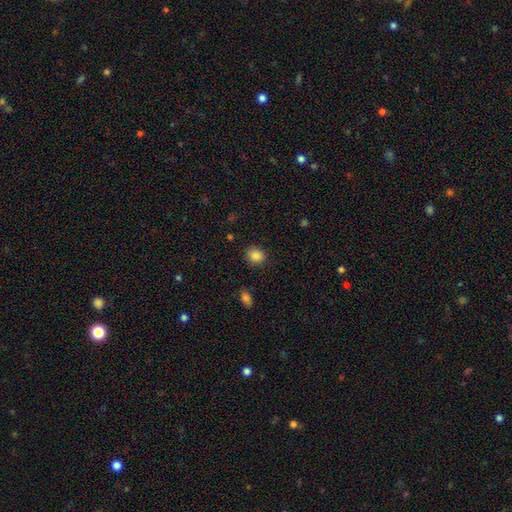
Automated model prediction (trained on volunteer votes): The model was most divided on "how rounded": round: 75%, in between: 24%, cigar-shaped: 1%. More confident: merging — none (88%); smooth or featured — smooth (86%).